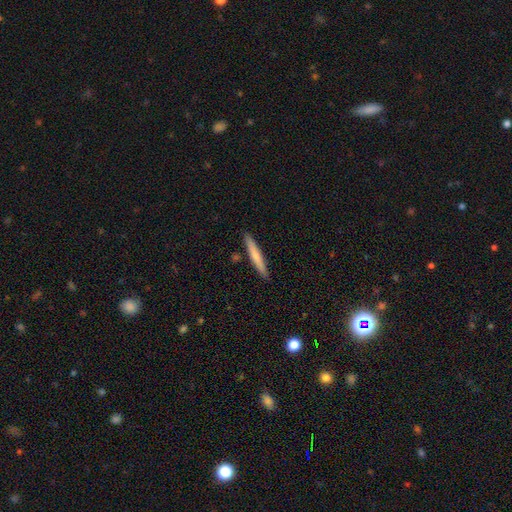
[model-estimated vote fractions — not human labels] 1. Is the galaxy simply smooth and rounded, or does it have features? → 67% smooth, 28% featured or disk, 5% star or artifact.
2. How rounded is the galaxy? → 95% cigar-shaped, 4% in between, 1% round.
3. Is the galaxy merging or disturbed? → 89% none, 7% minor disturbance, 2% merger, 1% major disturbance.